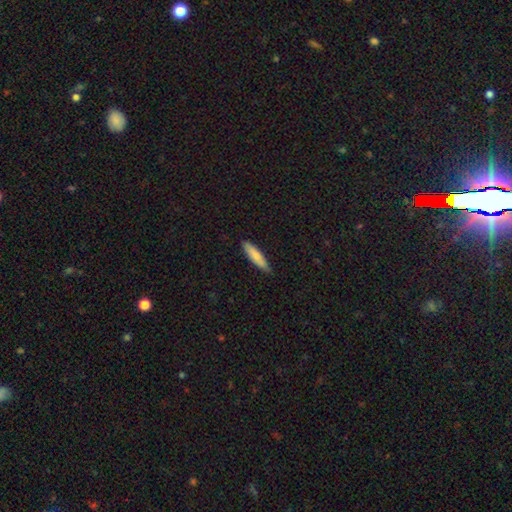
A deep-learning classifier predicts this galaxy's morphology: Smooth or featured? smooth (75%)
How rounded? cigar-shaped (74%)
Merging? none (82%)